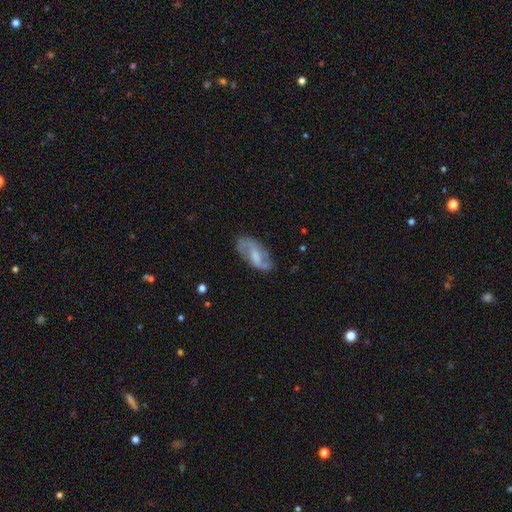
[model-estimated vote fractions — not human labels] featured or disk 64%, smooth 29%, star or artifact 7%. Down the decision tree: edge-on disk — no (93%); bar — weak (49%); spiral arms — yes (77%); bulge size — moderate (37%); merging — none (63%).